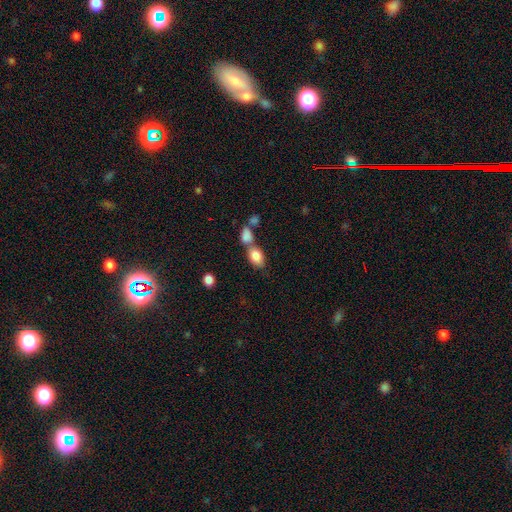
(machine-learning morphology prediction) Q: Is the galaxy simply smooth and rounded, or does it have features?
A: smooth — 83%.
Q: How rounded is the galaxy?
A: in between — 82%.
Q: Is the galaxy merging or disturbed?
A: merger — 47%.